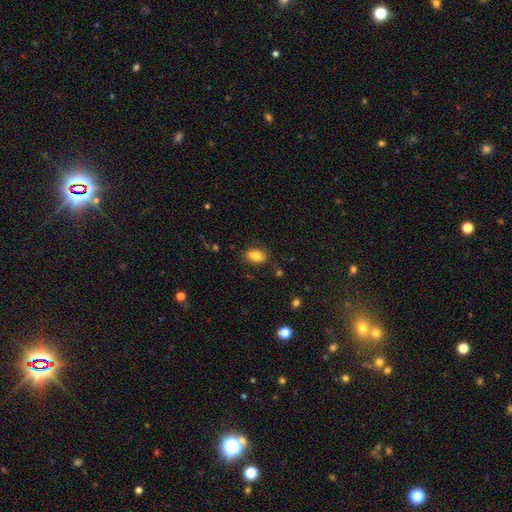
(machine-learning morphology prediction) Smooth or featured? Predicted: smooth (p=0.84). How rounded? Predicted: in between (p=0.89). Merging? Predicted: none (p=0.82).